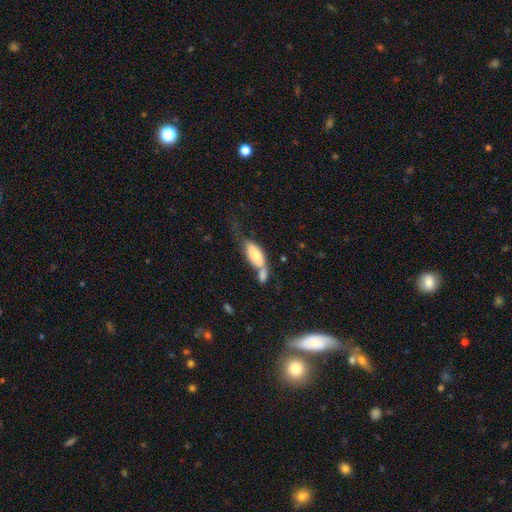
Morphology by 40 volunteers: Smooth or featured?
  - smooth: 68% *
  - featured or disk: 28%
  - star or artifact: 5%
How rounded?
  - in between: 89% *
  - cigar-shaped: 7%
  - round: 4%
Merging?
  - merger: 74% *
  - minor disturbance: 11%
  - none: 8%
  - major disturbance: 8%